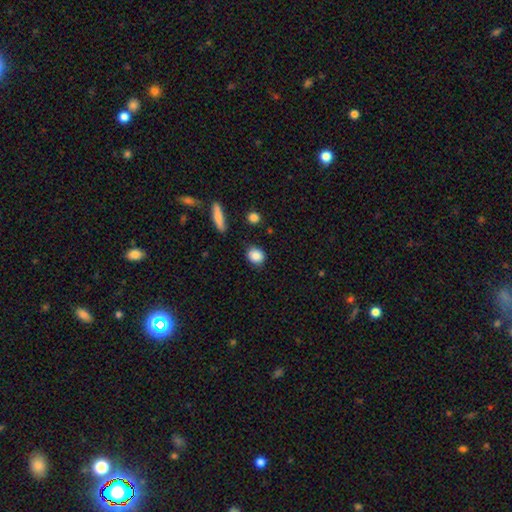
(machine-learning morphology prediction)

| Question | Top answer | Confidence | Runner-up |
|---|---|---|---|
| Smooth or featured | smooth | 87% | star or artifact (8%) |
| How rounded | round | 63% | in between (35%) |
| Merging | none | 82% | minor disturbance (13%) |